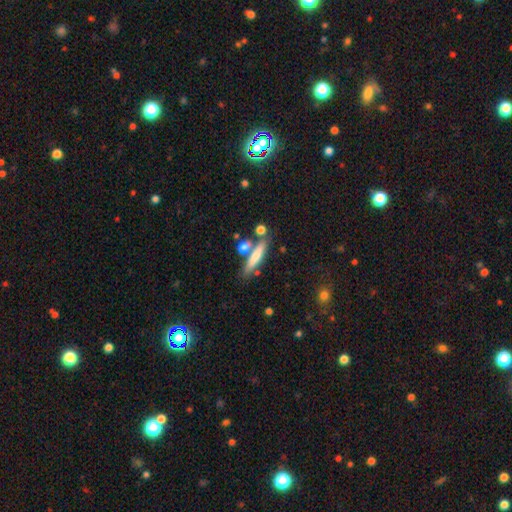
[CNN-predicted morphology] smooth 64%, featured or disk 29%, star or artifact 7%. Down the decision tree: how rounded — cigar-shaped (79%); merging — none (65%).